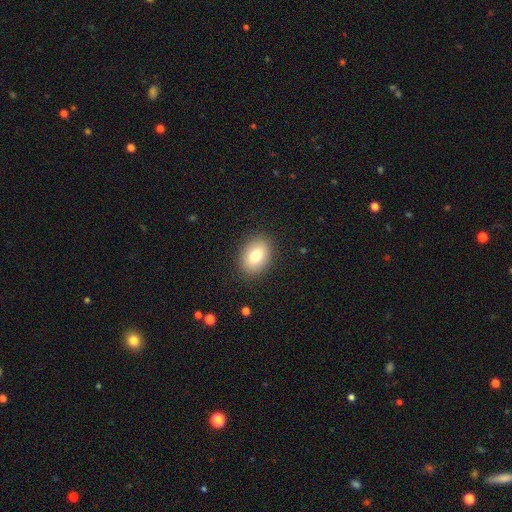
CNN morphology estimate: The model was most divided on "how rounded": in between: 72%, round: 27%, cigar-shaped: 1%. More confident: merging — none (88%); smooth or featured — smooth (79%).